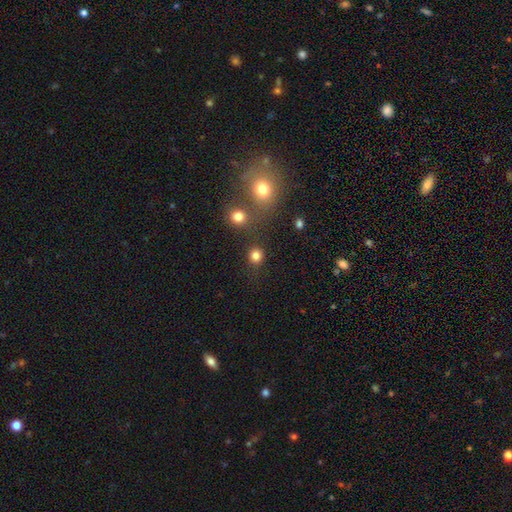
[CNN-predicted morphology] A smooth galaxy with no disk features (82%) that is round (90%). Merging: none (81%).